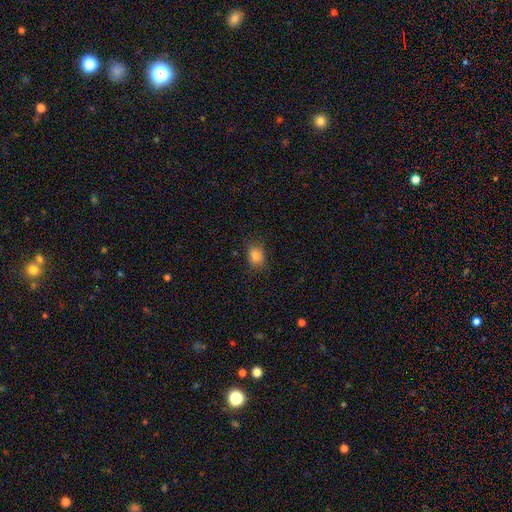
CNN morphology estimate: A smooth galaxy with no disk features (83%) that is in between round and cigar-shaped (64%). Merging: none (79%).